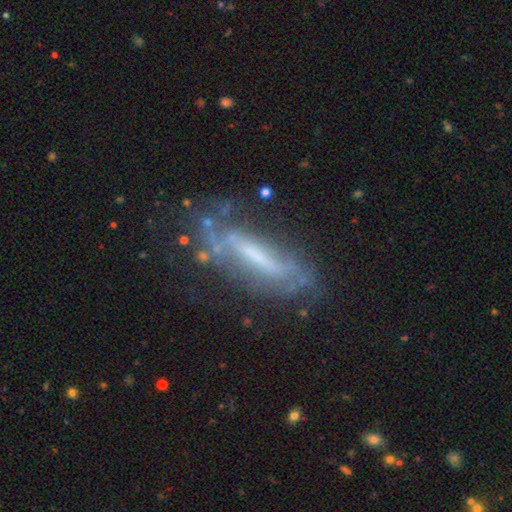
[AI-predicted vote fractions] featured or disk 65%, smooth 25%, star or artifact 10%. Down the decision tree: edge-on disk — no (58%); merging — none (57%).